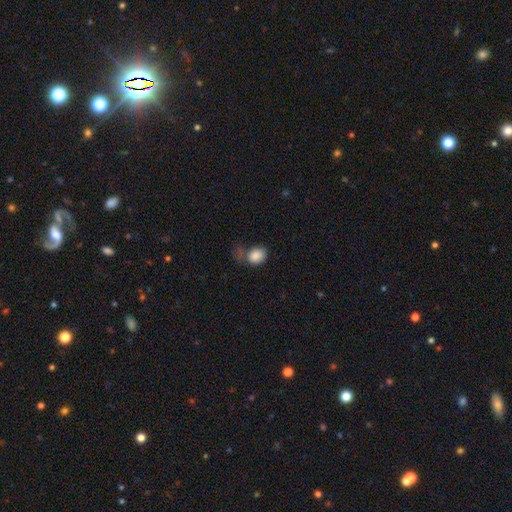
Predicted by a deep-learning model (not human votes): A smooth galaxy with no disk features (85%) that is in between round and cigar-shaped (54%).

Vote fractions:
- Smooth or featured? smooth: 85% / star or artifact: 9% / featured or disk: 6%
- How rounded? in between: 54% / round: 44% / cigar-shaped: 1%
- Merging? none: 36% / minor disturbance: 27% / major disturbance: 25% / merger: 12%